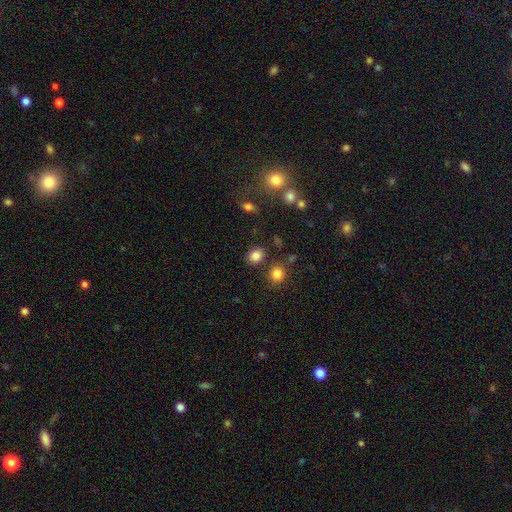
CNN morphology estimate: type=smooth (83%); roundness=round (55%); merging=none (80%).